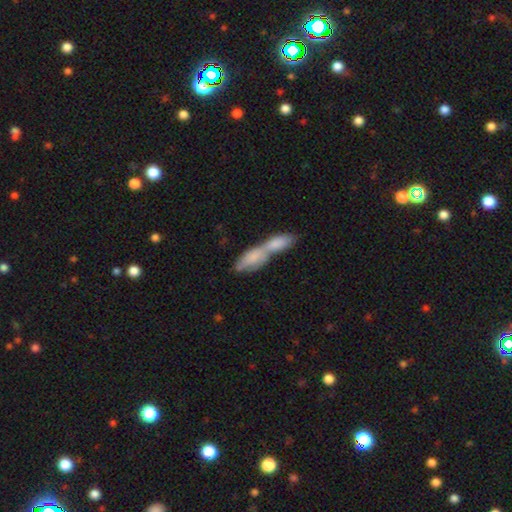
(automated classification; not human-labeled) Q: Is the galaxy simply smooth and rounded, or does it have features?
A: smooth — 66%.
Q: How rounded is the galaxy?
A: in between — 67%.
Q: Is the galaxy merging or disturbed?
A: merger — 76%.